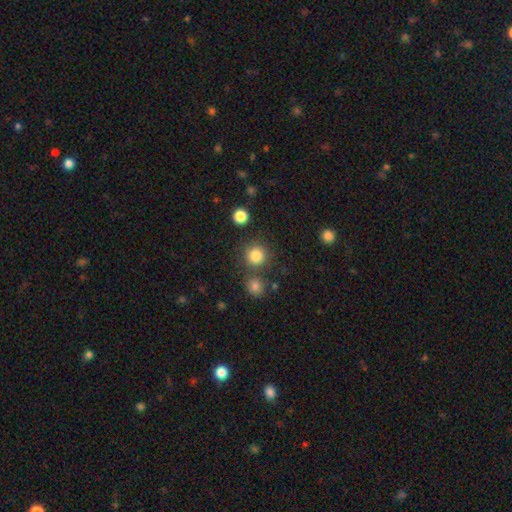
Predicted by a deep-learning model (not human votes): A smooth galaxy with no disk features (83%) that is round (93%).

Vote fractions:
- Smooth or featured? smooth: 83% / star or artifact: 12% / featured or disk: 5%
- How rounded? round: 93% / in between: 6% / cigar-shaped: 1%
- Merging? none: 79% / merger: 11% / minor disturbance: 7% / major disturbance: 3%